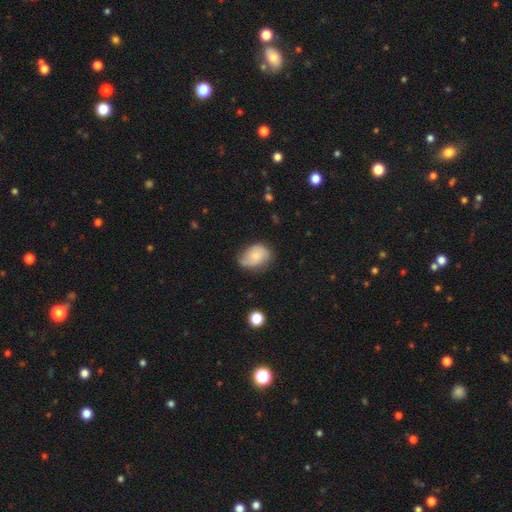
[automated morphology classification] Smooth or featured? Predicted: smooth (p=0.66). How rounded? Predicted: in between (p=0.75). Merging? Predicted: none (p=0.55).